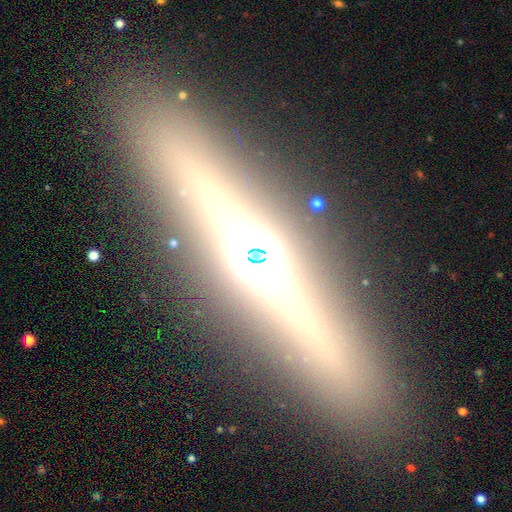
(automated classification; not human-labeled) smooth-or-featured: featured or disk: 67% | star or artifact: 19% | smooth: 15%
  disk-edge-on: yes: 87% | no: 13%
    edge-on-bulge: rounded: 91% | boxy: 6% | none: 3%
  merging: none: 86% | minor disturbance: 8% | major disturbance: 4% | merger: 2%